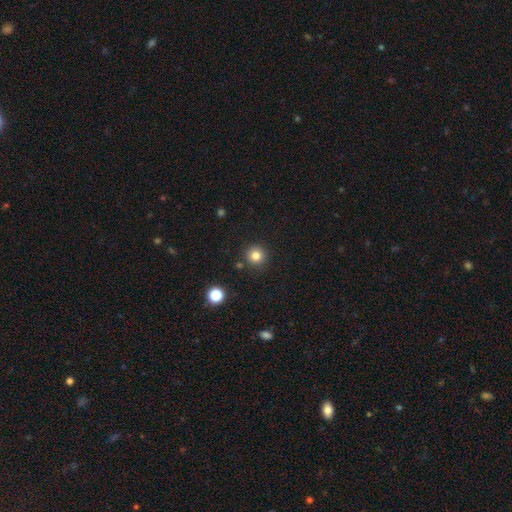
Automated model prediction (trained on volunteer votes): The model was most divided on "smooth or featured": smooth: 81%, star or artifact: 13%, featured or disk: 7%. More confident: how rounded — round (95%); merging — none (88%).